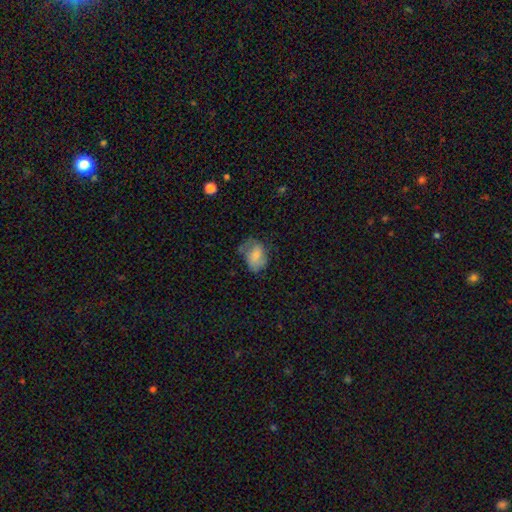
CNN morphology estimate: Smooth or featured? Predicted: smooth (p=0.66). How rounded? Predicted: in between (p=0.78). Merging? Predicted: none (p=0.40).